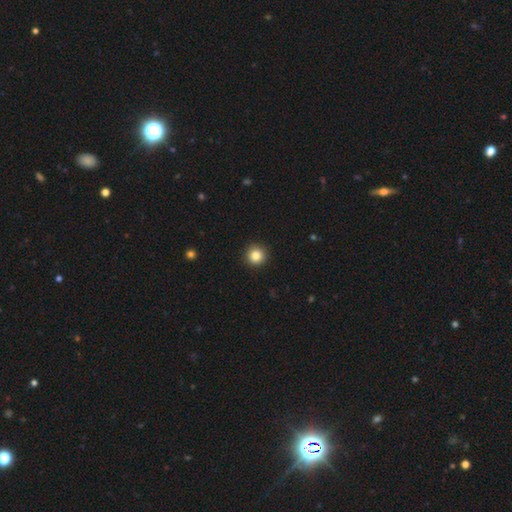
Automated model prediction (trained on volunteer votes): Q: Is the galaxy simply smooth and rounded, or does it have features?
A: smooth — 85%.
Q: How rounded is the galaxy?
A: round — 96%.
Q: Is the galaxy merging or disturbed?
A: none — 93%.